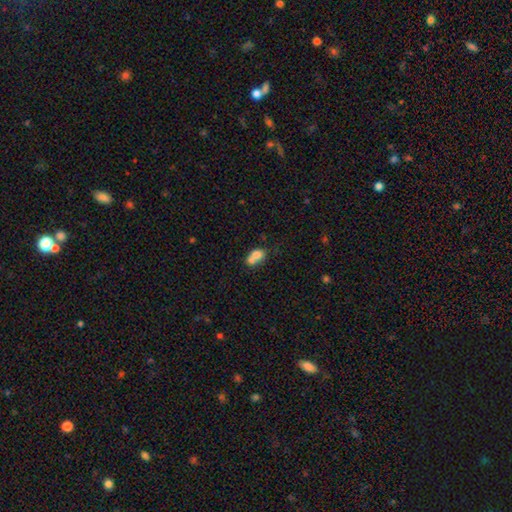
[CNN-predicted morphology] smooth 73%, featured or disk 17%, star or artifact 11%. Down the decision tree: how rounded — in between (57%); merging — merger (62%).